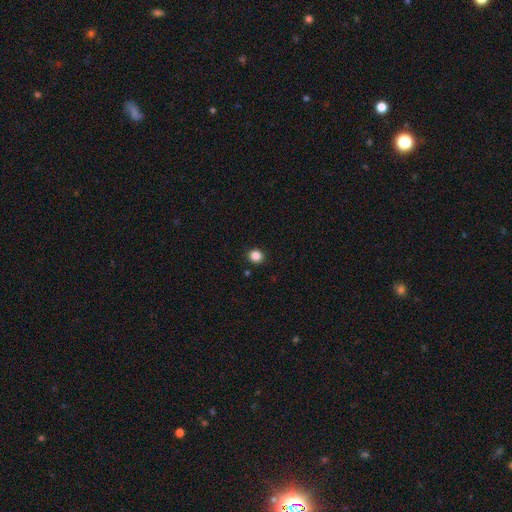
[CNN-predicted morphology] A smooth galaxy with no disk features (85%) that is round (90%).

Vote fractions:
- Smooth or featured? smooth: 85% / star or artifact: 11% / featured or disk: 3%
- How rounded? round: 90% / in between: 9% / cigar-shaped: 1%
- Merging? none: 92% / minor disturbance: 5% / major disturbance: 2% / merger: 1%